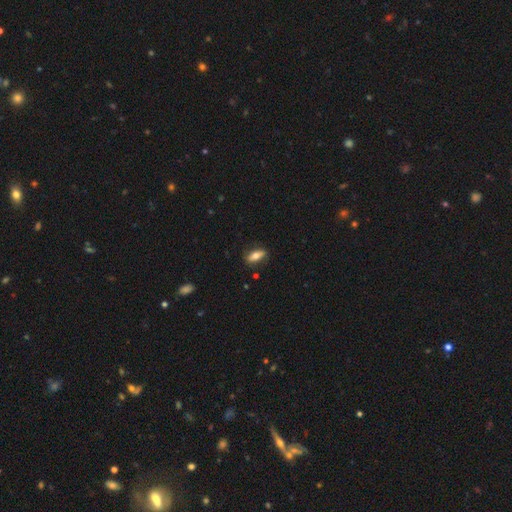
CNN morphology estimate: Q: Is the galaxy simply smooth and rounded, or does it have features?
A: smooth — 69%.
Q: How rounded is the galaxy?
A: in between — 72%.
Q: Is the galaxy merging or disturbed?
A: none — 80%.